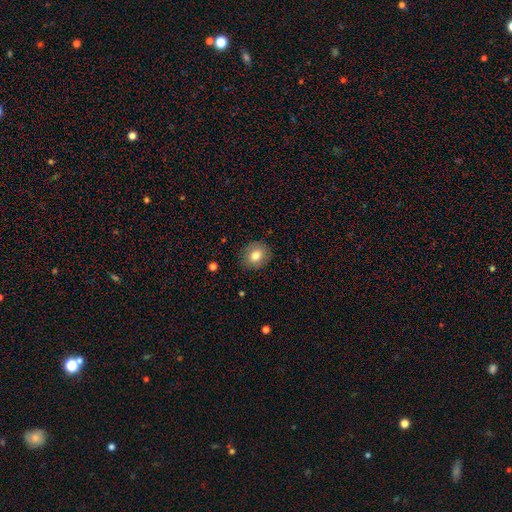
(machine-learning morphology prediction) A smooth galaxy with no disk features (79%) that is round (70%). Merging: none (88%).